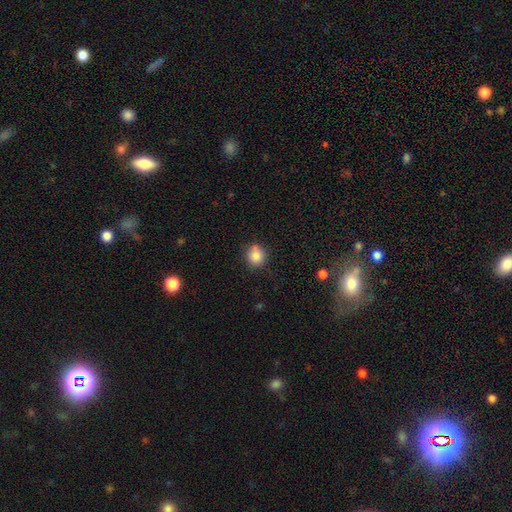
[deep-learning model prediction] A smooth galaxy with no disk features (83%) that is round (84%). Merging: none (66%).